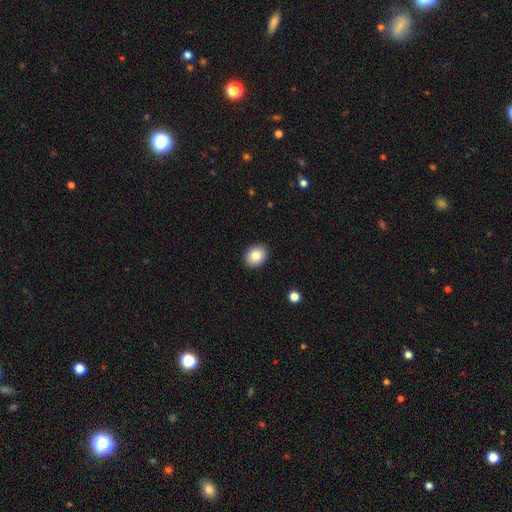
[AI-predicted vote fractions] A smooth galaxy with no disk features (85%) that is in between round and cigar-shaped (58%).

Vote fractions:
- Smooth or featured? smooth: 85% / star or artifact: 8% / featured or disk: 7%
- How rounded? in between: 58% / round: 41% / cigar-shaped: 1%
- Merging? none: 90% / minor disturbance: 7% / major disturbance: 2% / merger: 1%